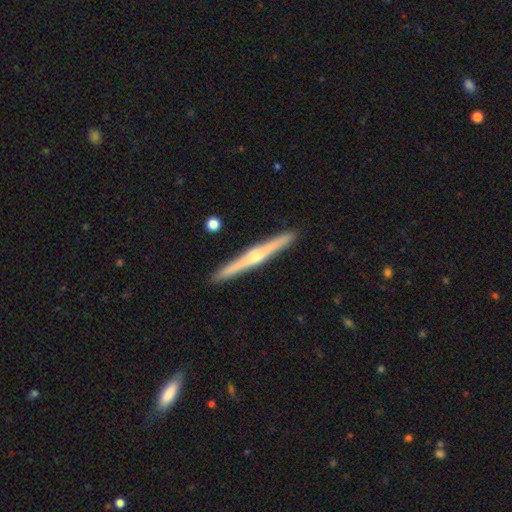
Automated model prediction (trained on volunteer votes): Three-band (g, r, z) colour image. It shows a featured or disk galaxy (71%) viewed edge-on (98%) with a rounded central bulge (80%). Merging: none (92%).